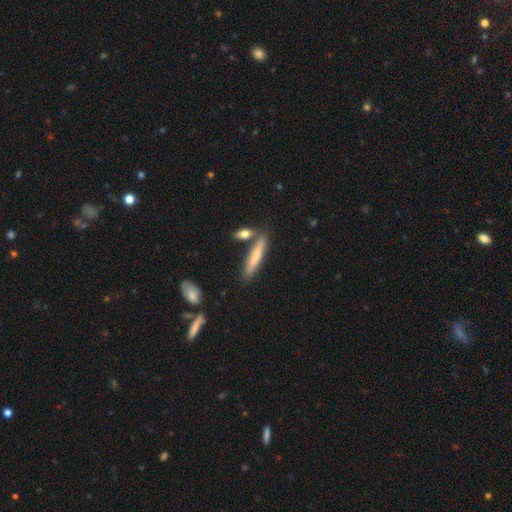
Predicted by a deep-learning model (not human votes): Smooth or featured?
  - smooth: 69% *
  - featured or disk: 25%
  - star or artifact: 6%
How rounded?
  - cigar-shaped: 87% *
  - in between: 11%
  - round: 2%
Merging?
  - none: 73% *
  - merger: 13%
  - minor disturbance: 11%
  - major disturbance: 3%